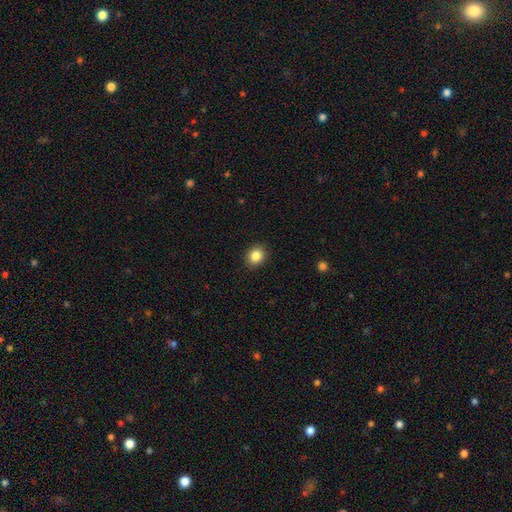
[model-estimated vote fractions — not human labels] Smooth or featured? smooth (85%)
How rounded? round (66%)
Merging? none (90%)